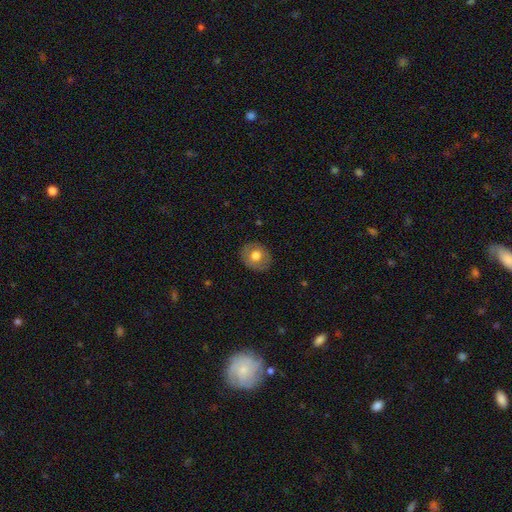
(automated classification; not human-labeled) A smooth galaxy with no disk features (64%) that is round (68%). Merging: none (84%).